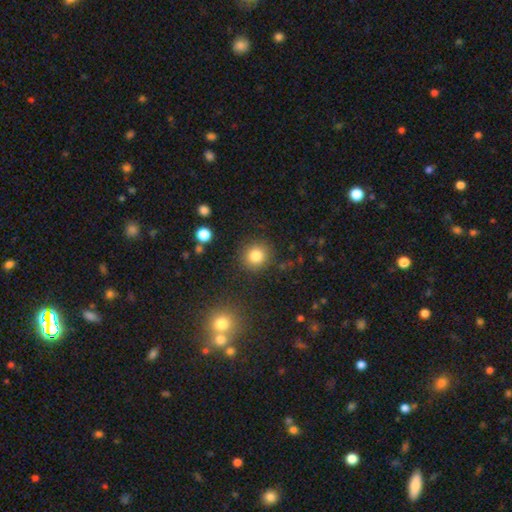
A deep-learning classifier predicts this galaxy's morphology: This appears to be a smooth galaxy with no disk features (83%) that is round (90%). Merging: none (87%).